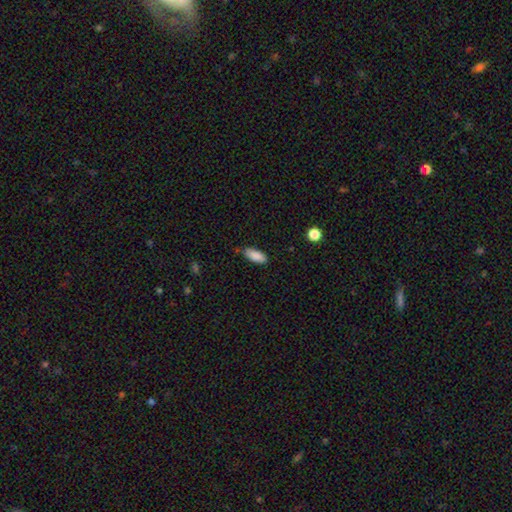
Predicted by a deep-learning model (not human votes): smooth_or_featured: smooth (p=0.88) [alt: star or artifact p=0.07]
how_rounded: in between (p=0.83) [alt: cigar-shaped p=0.15]
merging: none (p=0.75) [alt: minor disturbance p=0.19]